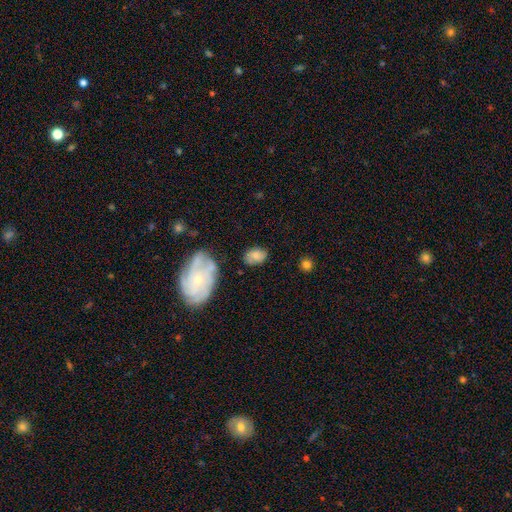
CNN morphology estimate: Smooth or featured? Predicted: smooth (p=0.66). How rounded? Predicted: in between (p=0.80). Merging? Predicted: none (p=0.68).